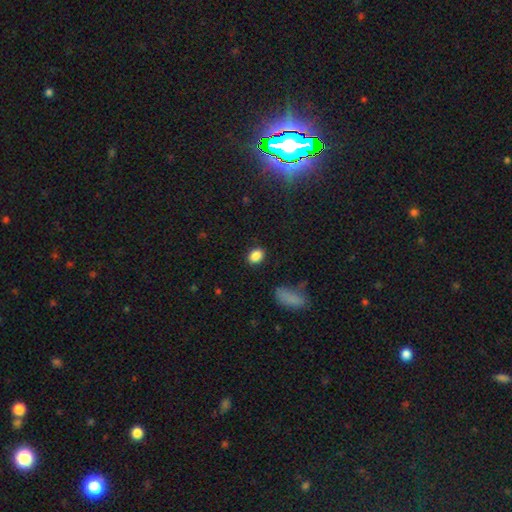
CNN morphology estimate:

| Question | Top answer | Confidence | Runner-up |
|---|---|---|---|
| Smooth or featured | smooth | 86% | star or artifact (9%) |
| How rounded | in between | 69% | round (29%) |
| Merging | none | 87% | minor disturbance (9%) |